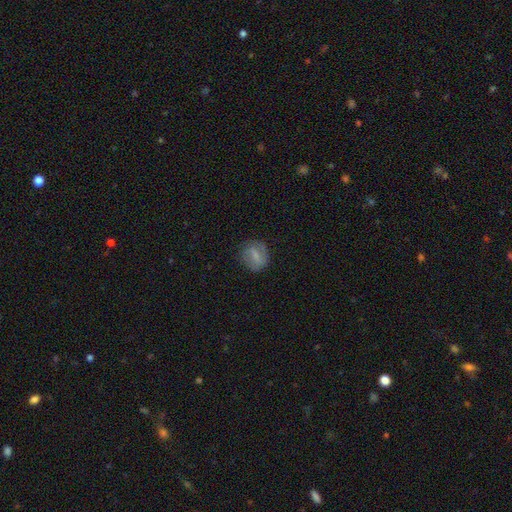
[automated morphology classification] This appears to be a smooth galaxy with no disk features (59%) that is round (69%). Merging: none (77%).